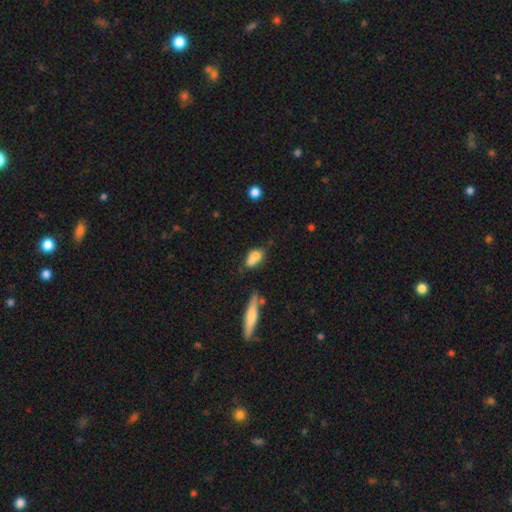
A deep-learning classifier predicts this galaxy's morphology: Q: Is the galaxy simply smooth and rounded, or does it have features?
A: smooth — 71%.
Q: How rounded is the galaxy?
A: in between — 75%.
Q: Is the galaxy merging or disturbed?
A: merger — 44%.